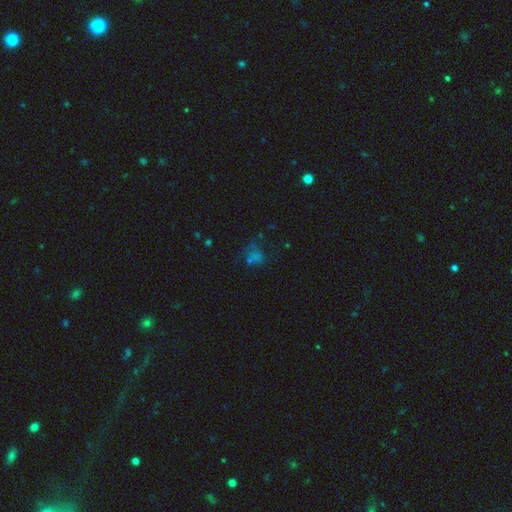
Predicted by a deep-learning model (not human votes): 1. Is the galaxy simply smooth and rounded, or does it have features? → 42% star or artifact, 37% smooth, 21% featured or disk.